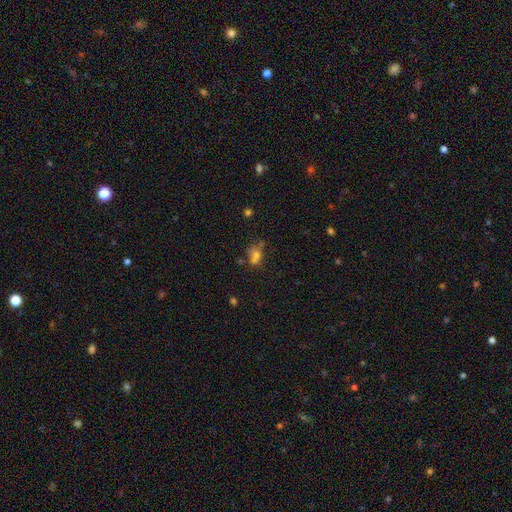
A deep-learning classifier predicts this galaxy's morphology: Smooth or featured? Predicted: smooth (p=0.61). How rounded? Predicted: round (p=0.52). Merging? Predicted: none (p=0.40).